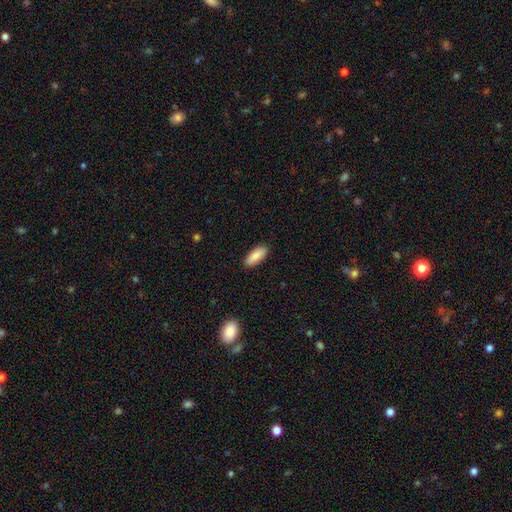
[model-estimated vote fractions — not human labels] Smooth or featured: smooth — 87% (featured or disk — 7%)
How rounded: in between — 75% (cigar-shaped — 23%)
Merging: none — 90% (minor disturbance — 8%)